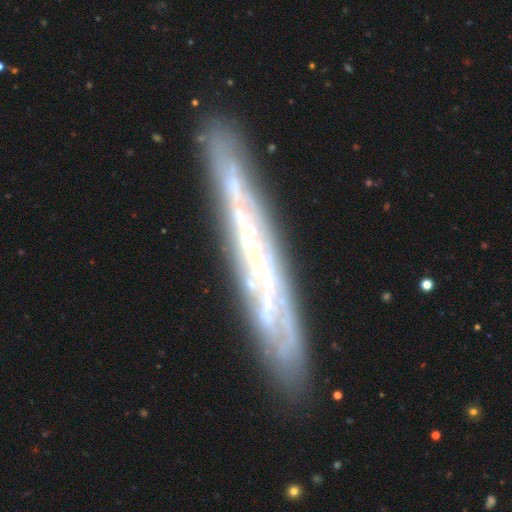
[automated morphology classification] Smooth or featured? Predicted: featured or disk (p=0.73). Edge-on disk? Predicted: yes (p=0.78). Edge-on bulge? Predicted: none (p=0.84). Merging? Predicted: none (p=0.82).